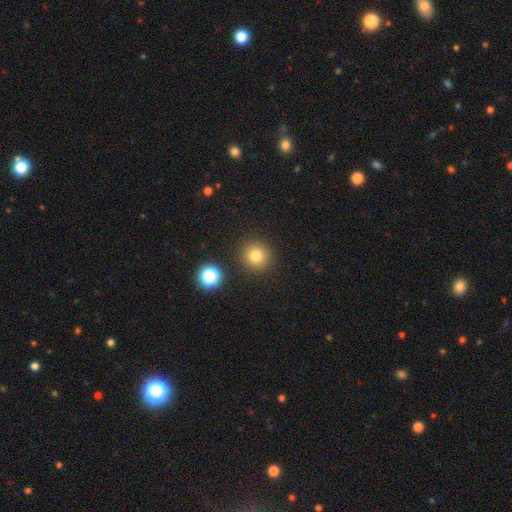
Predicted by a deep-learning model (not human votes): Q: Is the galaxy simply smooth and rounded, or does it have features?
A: smooth — 78%.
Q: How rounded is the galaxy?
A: round — 93%.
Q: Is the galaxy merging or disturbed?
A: none — 89%.